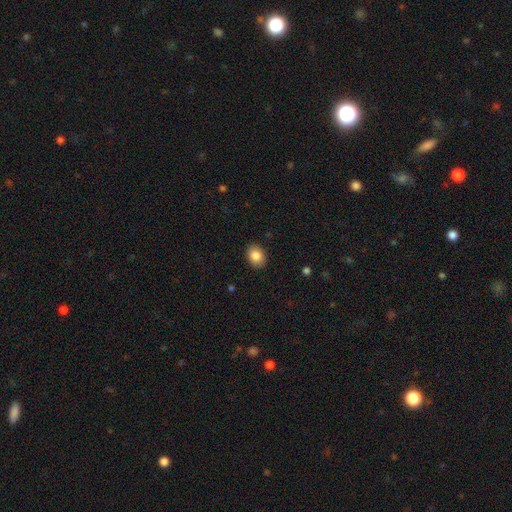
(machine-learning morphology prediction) A smooth galaxy with no disk features (86%) that is in between round and cigar-shaped (62%).

Vote fractions:
- Smooth or featured? smooth: 86% / star or artifact: 8% / featured or disk: 6%
- How rounded? in between: 62% / round: 37% / cigar-shaped: 1%
- Merging? none: 90% / minor disturbance: 7% / major disturbance: 2% / merger: 1%